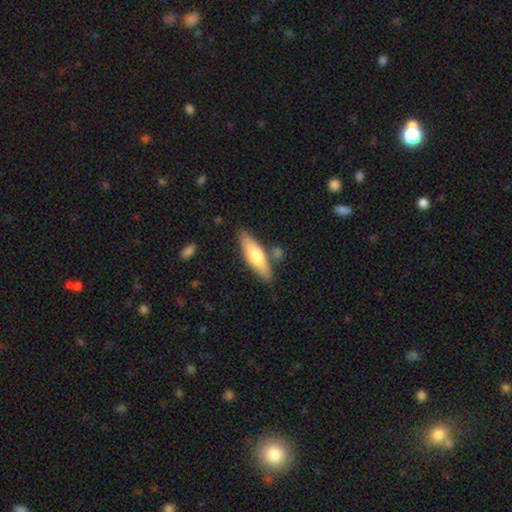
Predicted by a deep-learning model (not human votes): Morphology: type=smooth (58%); roundness=cigar-shaped (60%); merging=none (79%).